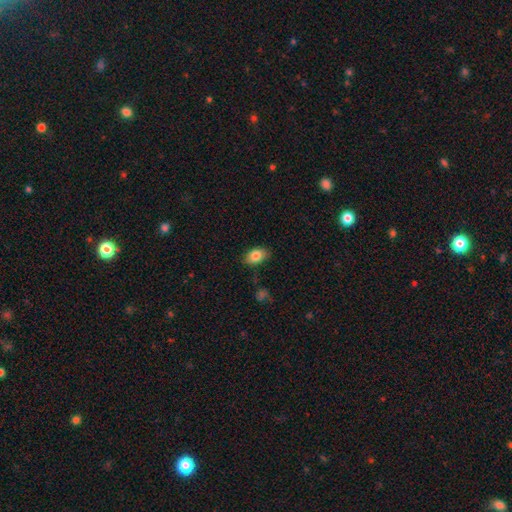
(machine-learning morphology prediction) Smooth or featured? smooth (83%)
How rounded? in between (85%)
Merging? none (81%)